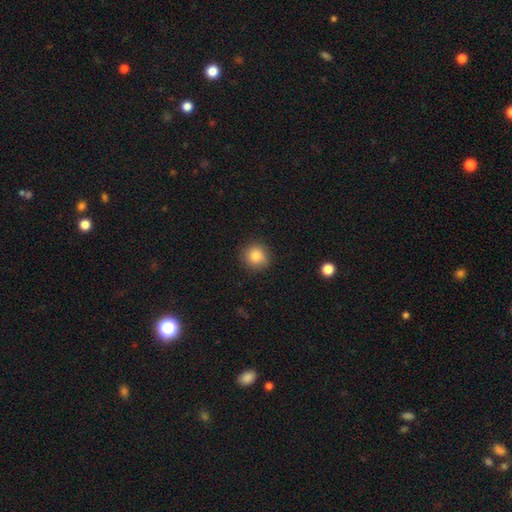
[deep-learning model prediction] Morphology: type=smooth (84%); roundness=round (90%); merging=none (86%).